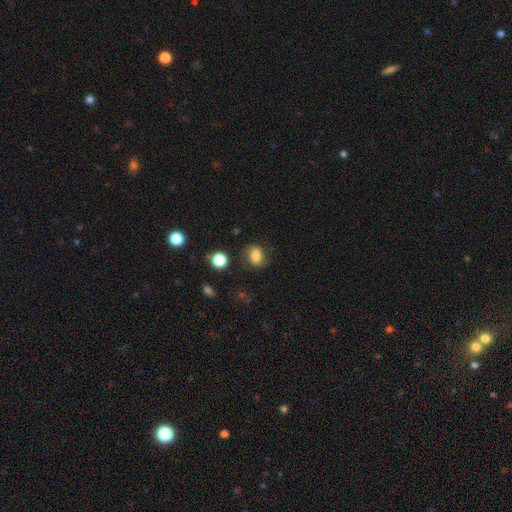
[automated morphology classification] type=smooth (72%); roundness=in between (55%); merging=none (72%).